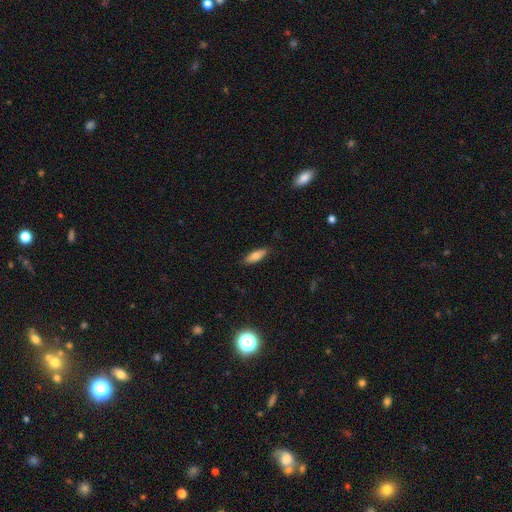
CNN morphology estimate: A smooth galaxy with no disk features (73%) that is in between round and cigar-shaped (62%). Merging: none (84%).